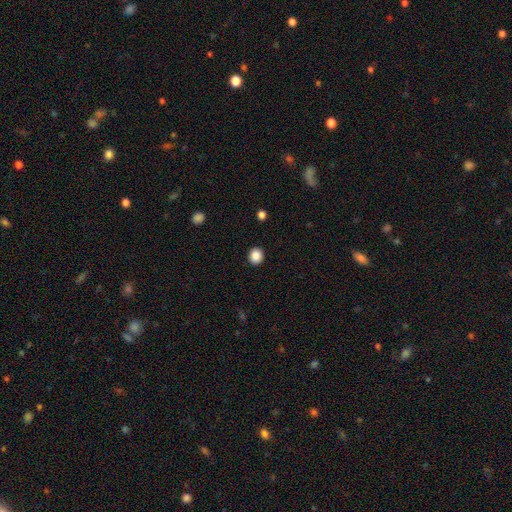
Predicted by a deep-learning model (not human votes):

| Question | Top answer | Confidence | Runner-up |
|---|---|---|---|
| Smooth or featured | smooth | 87% | star or artifact (9%) |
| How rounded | round | 81% | in between (18%) |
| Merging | none | 92% | minor disturbance (5%) |